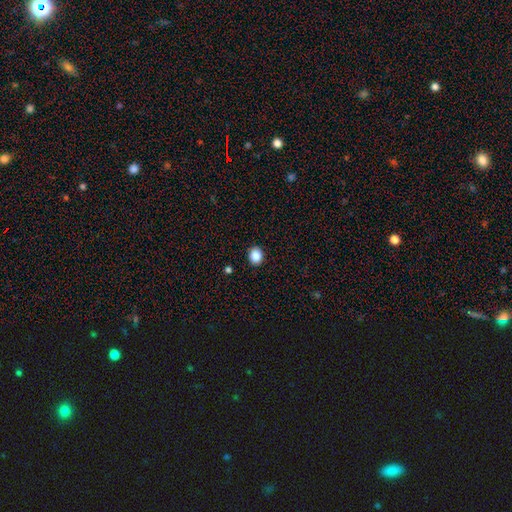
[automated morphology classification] The model was most divided on "how rounded": round: 64%, in between: 35%, cigar-shaped: 1%. More confident: merging — none (91%); smooth or featured — smooth (87%).